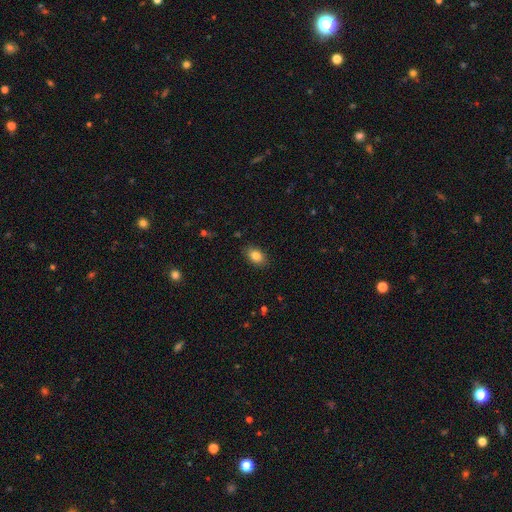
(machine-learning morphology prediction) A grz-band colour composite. It shows a smooth galaxy with no disk features (83%) that is in between round and cigar-shaped (85%). Merging: none (86%).